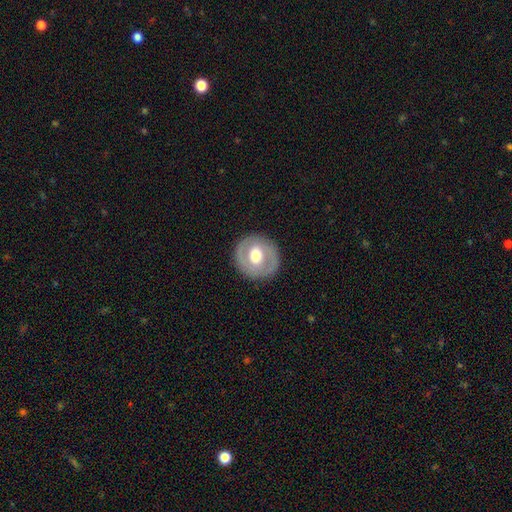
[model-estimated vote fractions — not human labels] featured or disk 58%, smooth 36%, star or artifact 5%. Down the decision tree: edge-on disk — no (96%); bar — no (50%); spiral arms — no (56%); bulge size — moderate (64%); merging — none (86%).